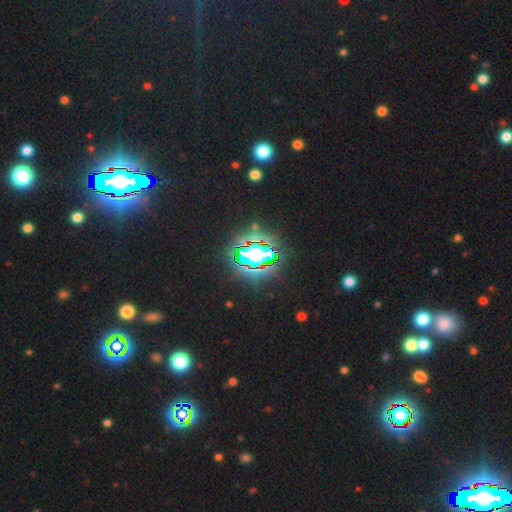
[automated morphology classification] type=star or artifact (80%).